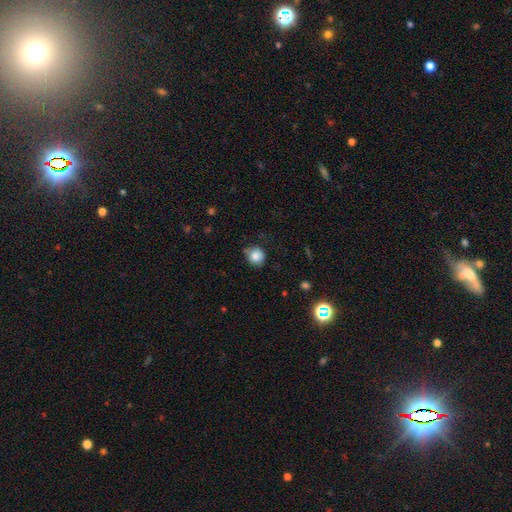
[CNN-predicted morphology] Smooth or featured? Predicted: smooth (p=0.83). How rounded? Predicted: round (p=0.85). Merging? Predicted: none (p=0.67).